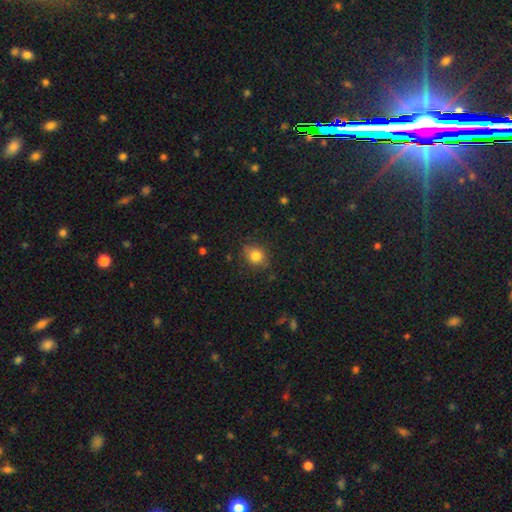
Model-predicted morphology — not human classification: Q: Smooth or featured?
A: smooth (82%); runner-up: star or artifact (11%)
Q: How rounded?
A: round (75%); runner-up: in between (24%)
Q: Merging?
A: none (80%); runner-up: minor disturbance (15%)